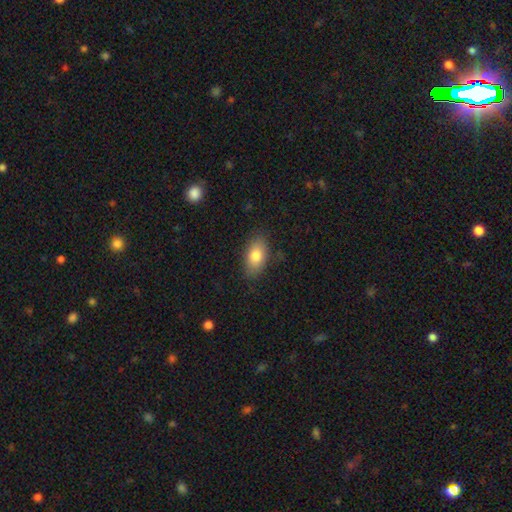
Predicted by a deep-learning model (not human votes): The model was most divided on "smooth or featured": smooth: 79%, featured or disk: 13%, star or artifact: 7%. More confident: how rounded — in between (90%); merging — none (83%).